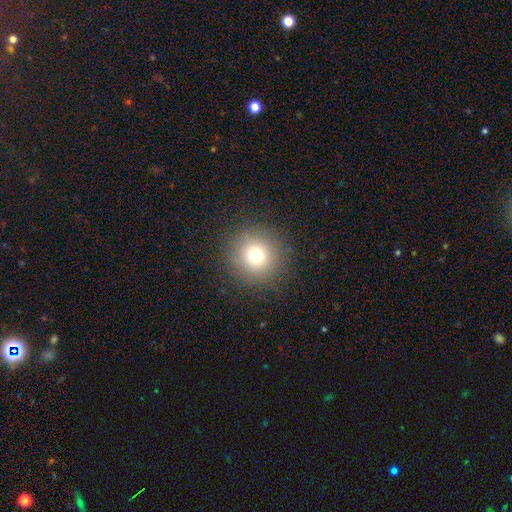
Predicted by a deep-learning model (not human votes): Overall: smooth (74%). How rounded: round (94%). Merging: none (89%).